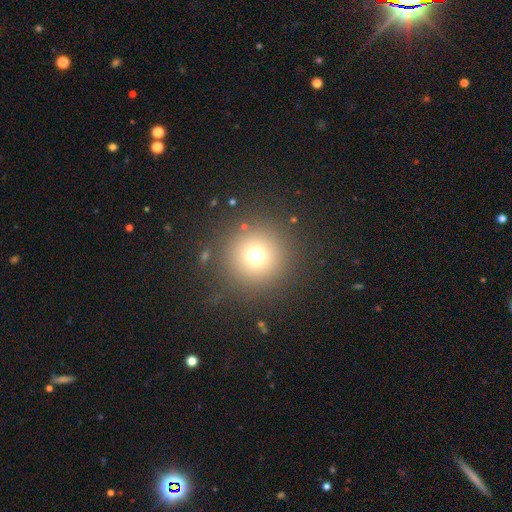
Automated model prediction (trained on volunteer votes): A smooth galaxy with no disk features (70%) that is round (96%). Merging: none (86%).